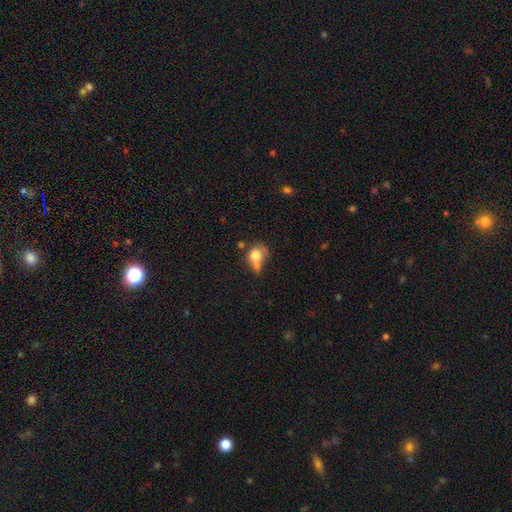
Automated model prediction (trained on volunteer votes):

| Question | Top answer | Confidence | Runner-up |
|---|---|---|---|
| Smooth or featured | smooth | 74% | featured or disk (15%) |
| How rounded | round | 62% | in between (37%) |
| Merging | merger | 36% | none (30%) |